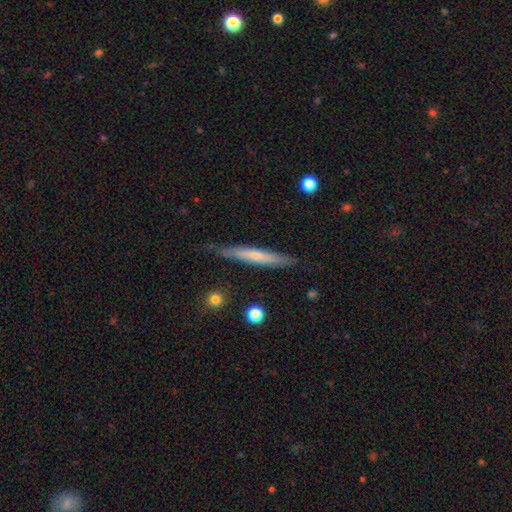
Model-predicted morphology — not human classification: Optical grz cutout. It shows a smooth galaxy with no disk features (54%) that is cigar-shaped (94%). Merging: none (80%).